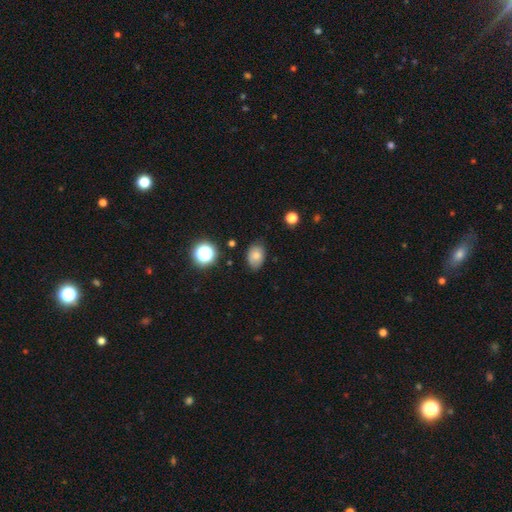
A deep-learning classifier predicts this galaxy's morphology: Smooth or featured? Predicted: smooth (p=0.75). How rounded? Predicted: in between (p=0.78). Merging? Predicted: none (p=0.73).